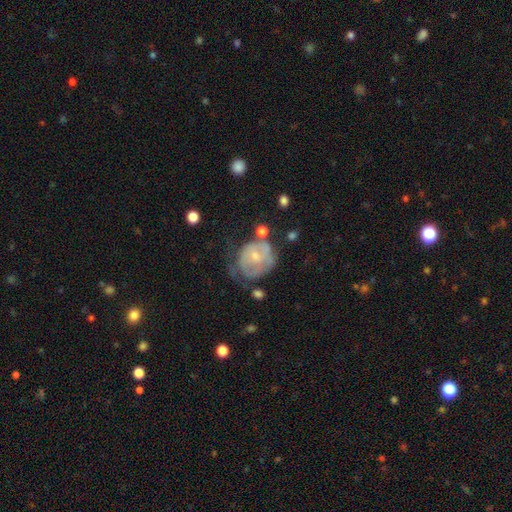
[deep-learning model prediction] Smooth or featured: featured or disk — 54% (smooth — 38%)
Edge-on disk: no — 97% (yes — 3%)
Bar: no — 67% (weak — 28%)
Spiral arms: yes — 50% (tied with no — 50%)
Bulge size: small — 53% (moderate — 40%)
Merging: none — 36% (minor disturbance — 30%)